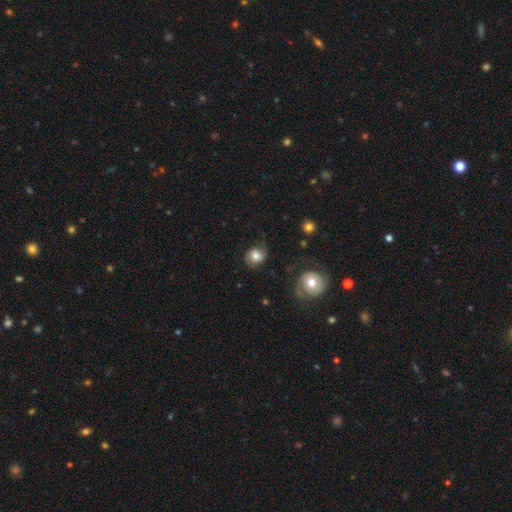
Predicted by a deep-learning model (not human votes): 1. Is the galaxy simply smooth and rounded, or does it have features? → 64% smooth, 27% featured or disk, 9% star or artifact.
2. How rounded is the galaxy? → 73% round, 26% in between, 1% cigar-shaped.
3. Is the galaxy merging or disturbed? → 58% none, 24% minor disturbance, 16% major disturbance, 2% merger.